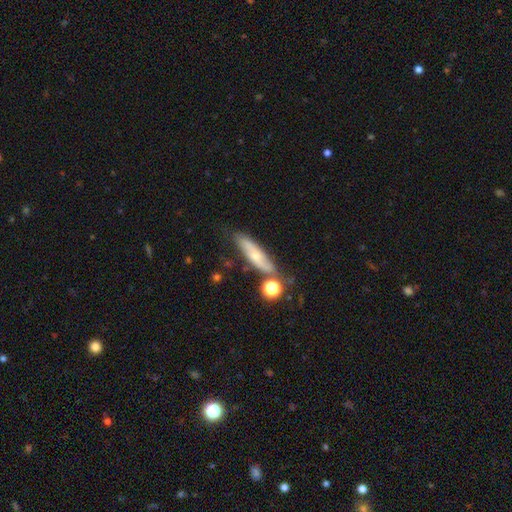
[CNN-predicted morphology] A featured or disk galaxy (47%).

Vote fractions:
- Smooth or featured? featured or disk: 47% / smooth: 45% / star or artifact: 8%
- Merging? none: 65% / minor disturbance: 19% / merger: 10% / major disturbance: 5%